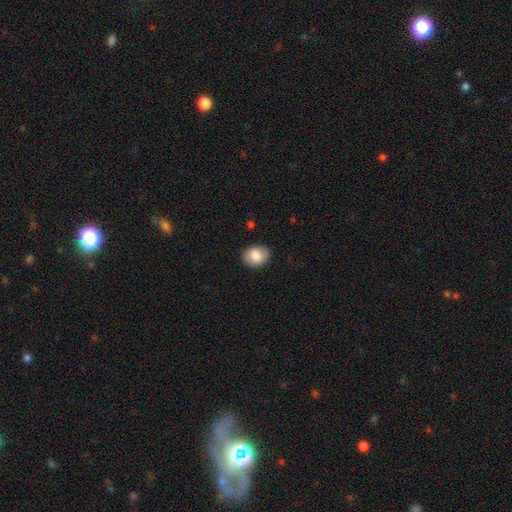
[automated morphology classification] This appears to be a smooth galaxy with no disk features (83%) that is in between round and cigar-shaped (61%). Merging: none (86%).